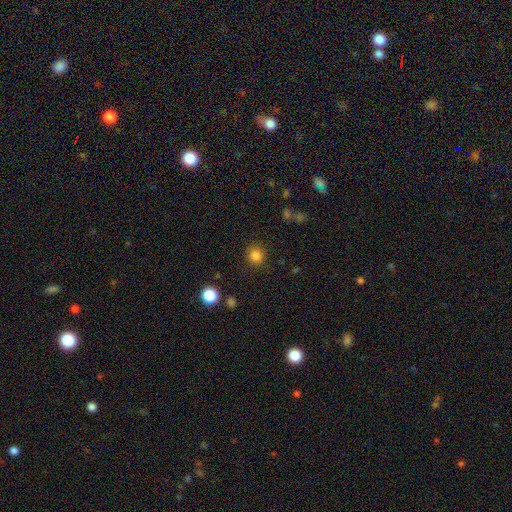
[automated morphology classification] type=smooth (83%); roundness=round (92%); merging=none (90%).